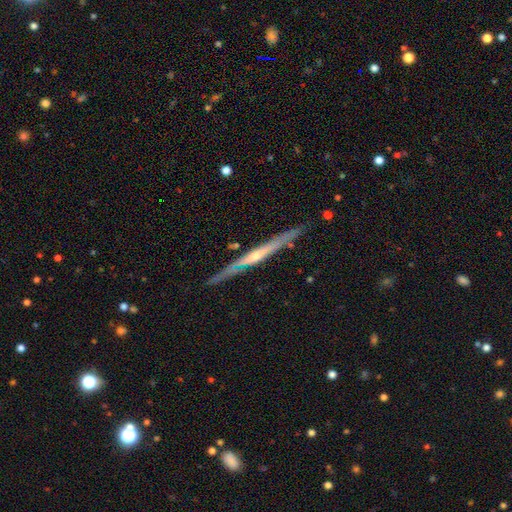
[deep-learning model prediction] This is likely a featured or disk galaxy (73%). It is clearly viewed edge-on (96%). Edge-on bulge: possibly rounded (51%). Merging: clearly none (83%).